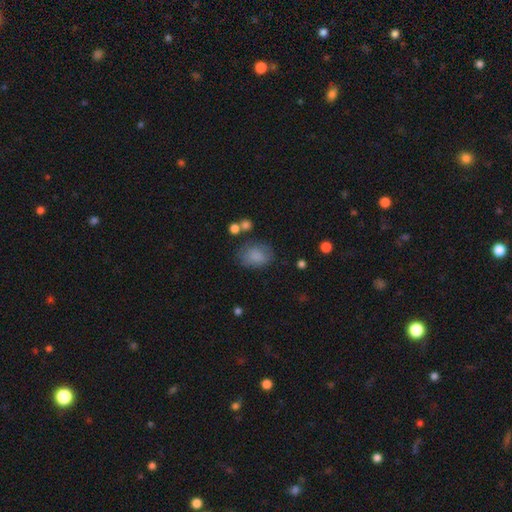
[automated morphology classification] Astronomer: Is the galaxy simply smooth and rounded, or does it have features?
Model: smooth — 81%.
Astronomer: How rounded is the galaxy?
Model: in between — 66%.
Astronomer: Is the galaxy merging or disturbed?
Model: none — 67%.